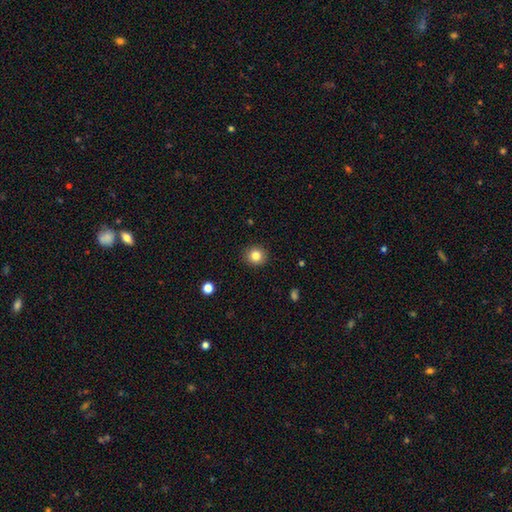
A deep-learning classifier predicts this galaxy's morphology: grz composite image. It shows a smooth galaxy with no disk features (83%) that is round (90%). Merging: none (91%).